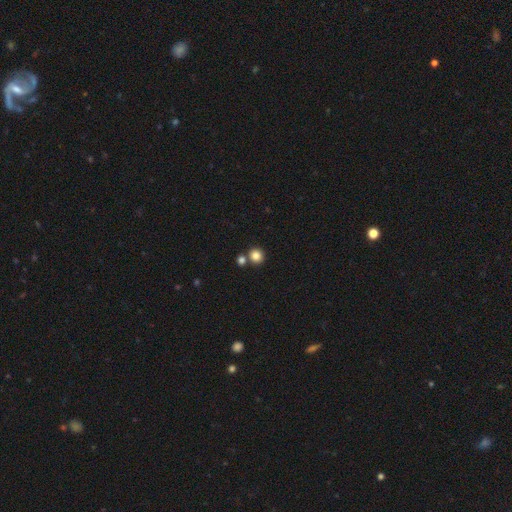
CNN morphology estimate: The model was most divided on "merging": none: 72%, merger: 19%, minor disturbance: 7%, major disturbance: 2%. More confident: how rounded — round (91%); smooth or featured — smooth (83%).